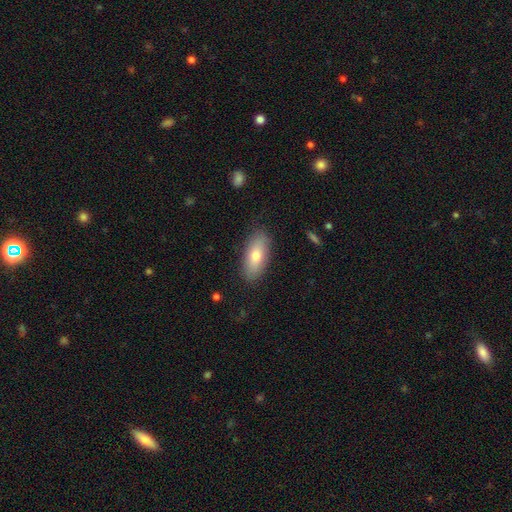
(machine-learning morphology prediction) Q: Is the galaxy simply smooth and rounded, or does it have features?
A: smooth — 75%.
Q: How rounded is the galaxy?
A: in between — 84%.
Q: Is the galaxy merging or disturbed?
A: none — 86%.